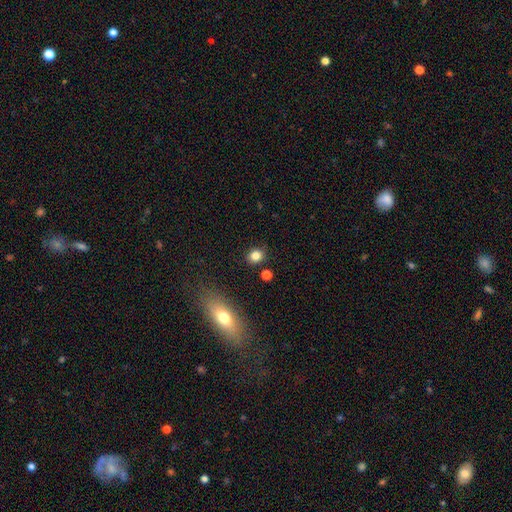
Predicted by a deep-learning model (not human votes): Smooth or featured?
  - smooth: 82% *
  - star or artifact: 12%
  - featured or disk: 6%
How rounded?
  - round: 70% *
  - in between: 28%
  - cigar-shaped: 1%
Merging?
  - none: 84% *
  - minor disturbance: 9%
  - merger: 4%
  - major disturbance: 3%